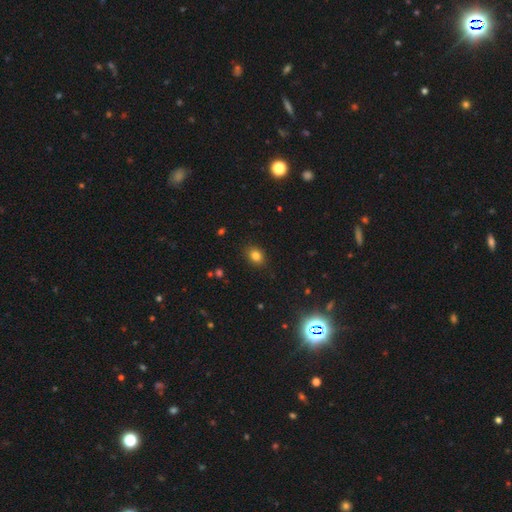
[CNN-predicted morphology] smooth-or-featured: smooth: 82% | star or artifact: 13% | featured or disk: 6%
  how-rounded: in between: 57% | round: 42% | cigar-shaped: 1%
  merging: none: 87% | minor disturbance: 9% | major disturbance: 2% | merger: 1%